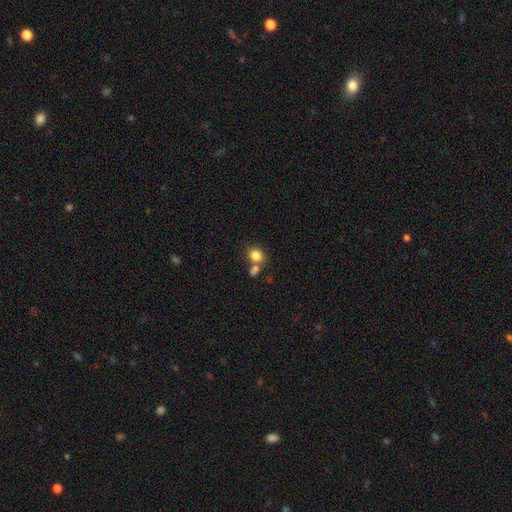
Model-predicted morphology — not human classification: This appears to be a smooth galaxy with no disk features (82%) that is round (63%). Merging: none (58%).